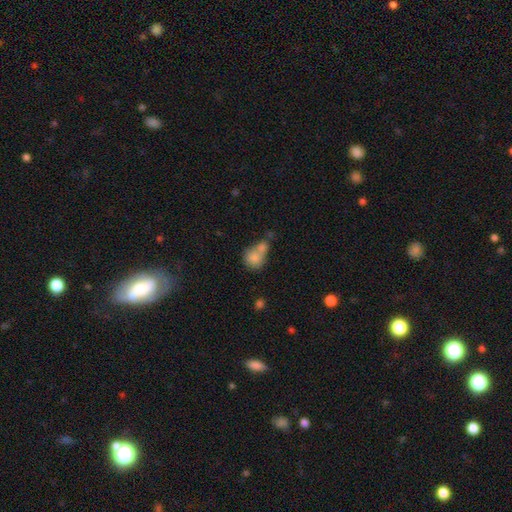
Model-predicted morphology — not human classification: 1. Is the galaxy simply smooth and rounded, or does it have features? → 79% smooth, 12% featured or disk, 9% star or artifact.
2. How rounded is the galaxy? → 68% round, 31% in between, 1% cigar-shaped.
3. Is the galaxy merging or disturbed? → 59% merger, 27% none, 9% minor disturbance, 5% major disturbance.